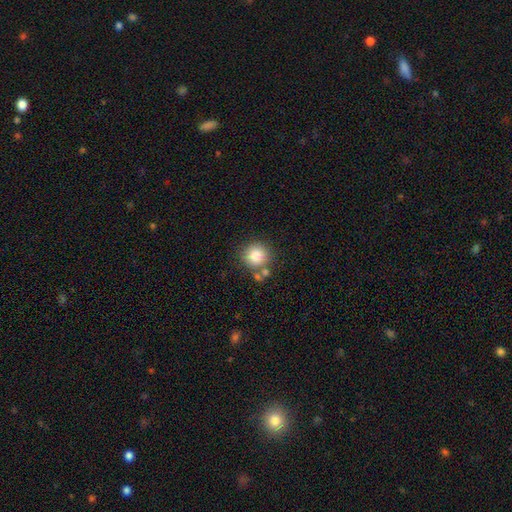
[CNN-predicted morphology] type=smooth (83%); roundness=round (92%); merging=none (72%).